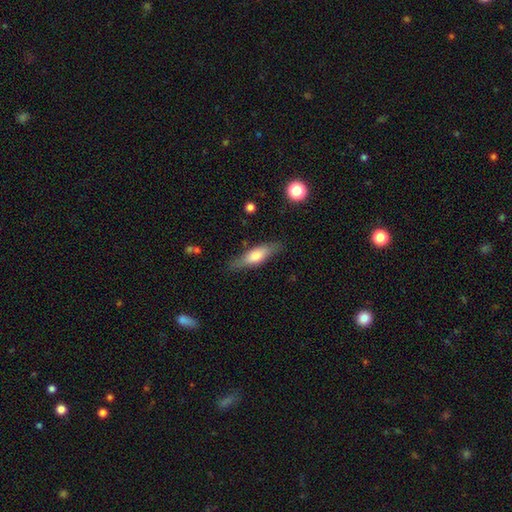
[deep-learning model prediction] Overall: smooth (63%; featured or disk 31%). How rounded: cigar-shaped (56%; in between 42%). Merging: none (80%).